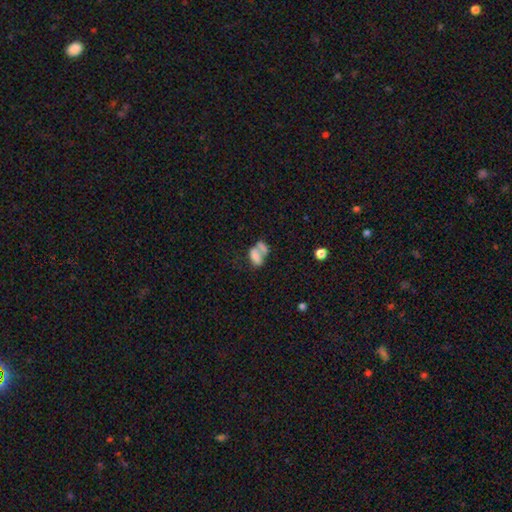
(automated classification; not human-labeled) A smooth galaxy with no disk features (67%) that is in between round and cigar-shaped (85%). Merging: merger (55%).